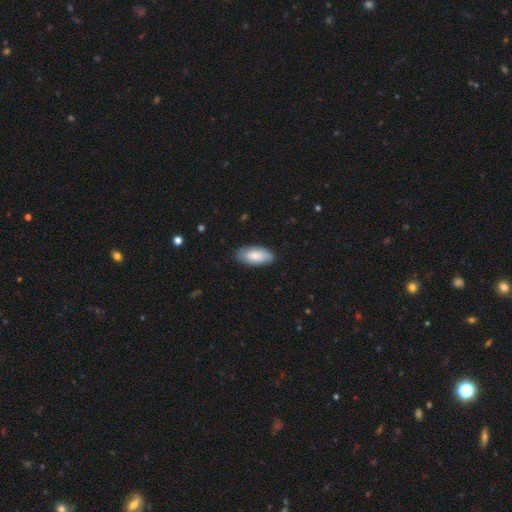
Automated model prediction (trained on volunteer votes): Smooth or featured: smooth — 79% (featured or disk — 16%)
How rounded: in between — 91% (cigar-shaped — 7%)
Merging: none — 82% (minor disturbance — 15%)